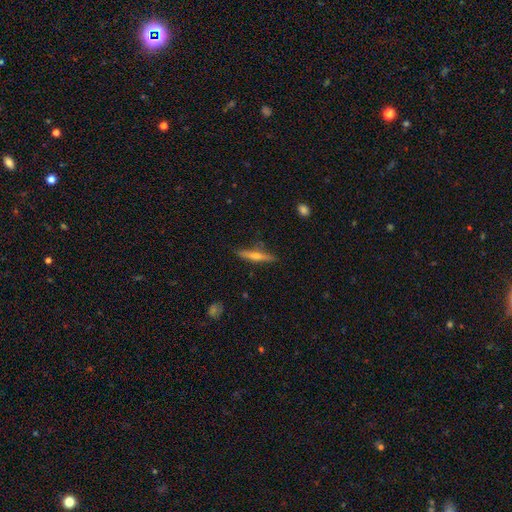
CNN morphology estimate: smooth-or-featured: featured or disk: 64% | smooth: 30% | star or artifact: 6%
  disk-edge-on: yes: 97% | no: 3%
    edge-on-bulge: rounded: 89% | none: 7% | boxy: 4%
  merging: none: 87% | minor disturbance: 10% | major disturbance: 2% | merger: 1%